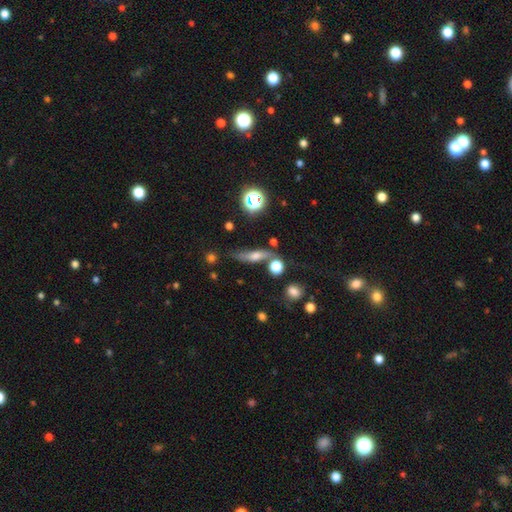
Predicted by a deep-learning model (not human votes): smooth_or_featured: featured or disk (p=0.43) [alt: smooth p=0.42]
merging: none (p=0.65) [alt: minor disturbance p=0.18]